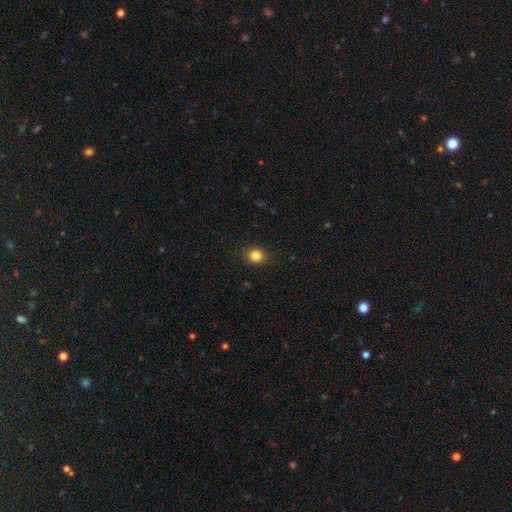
Overall: smooth (82%). How rounded: round (88%). Merging: none (86%).